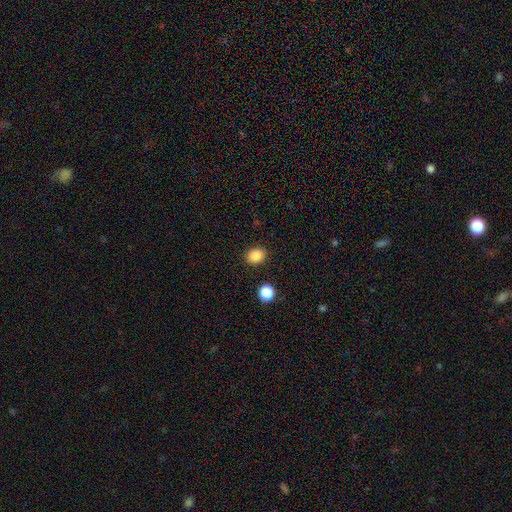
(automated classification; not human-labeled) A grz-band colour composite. It shows a smooth galaxy with no disk features (86%) that is in between round and cigar-shaped (53%). Merging: none (89%).